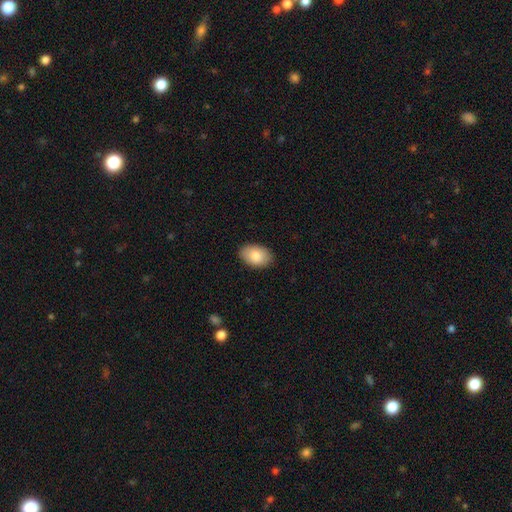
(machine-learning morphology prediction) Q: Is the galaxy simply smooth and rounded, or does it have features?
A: smooth — 85%.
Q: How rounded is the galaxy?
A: in between — 90%.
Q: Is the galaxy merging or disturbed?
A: none — 87%.